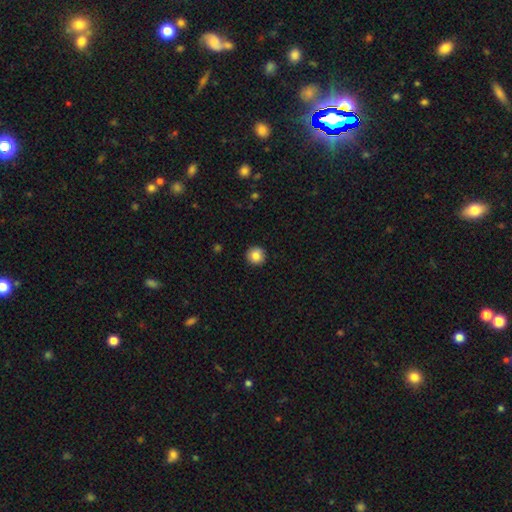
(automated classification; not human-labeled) Q: Smooth or featured?
A: smooth (84%); runner-up: star or artifact (9%)
Q: How rounded?
A: round (95%); runner-up: in between (4%)
Q: Merging?
A: none (92%); runner-up: minor disturbance (5%)